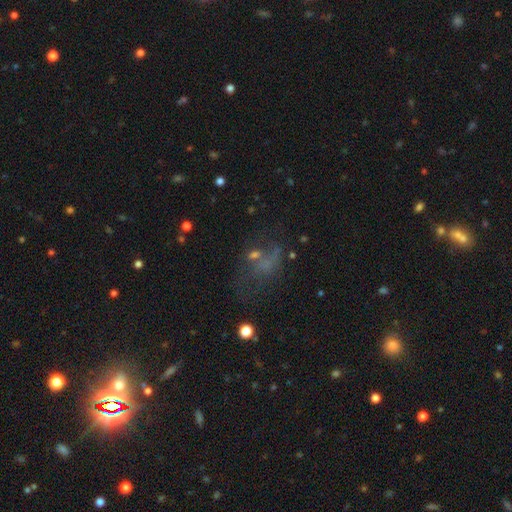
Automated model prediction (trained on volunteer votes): Q: Smooth or featured?
A: featured or disk (40%); runner-up: smooth (34%)
Q: Merging?
A: major disturbance (38%); runner-up: none (35%)